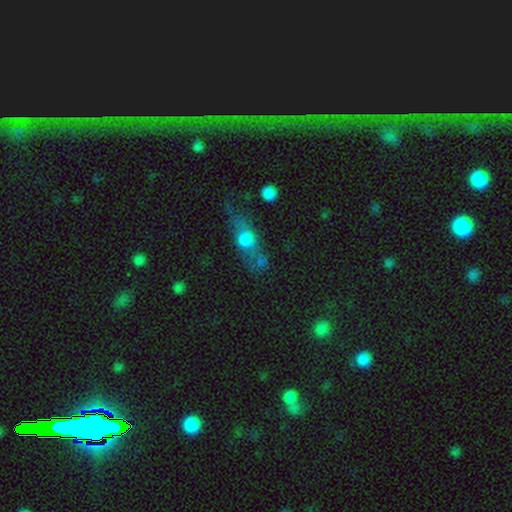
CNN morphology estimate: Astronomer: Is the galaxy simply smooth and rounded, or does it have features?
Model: smooth — 50% (runner-up: featured or disk, 35%).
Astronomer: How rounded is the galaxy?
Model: in between — 42% (runner-up: cigar-shaped, 33%).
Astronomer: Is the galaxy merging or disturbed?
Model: none — 57%.